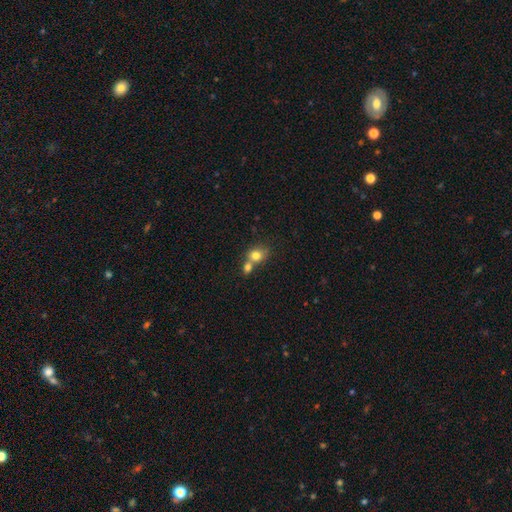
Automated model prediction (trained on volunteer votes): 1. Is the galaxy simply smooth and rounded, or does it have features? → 78% smooth, 12% featured or disk, 10% star or artifact.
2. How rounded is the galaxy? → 59% round, 40% in between, 1% cigar-shaped.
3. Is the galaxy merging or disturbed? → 56% merger, 32% none, 8% minor disturbance, 3% major disturbance.